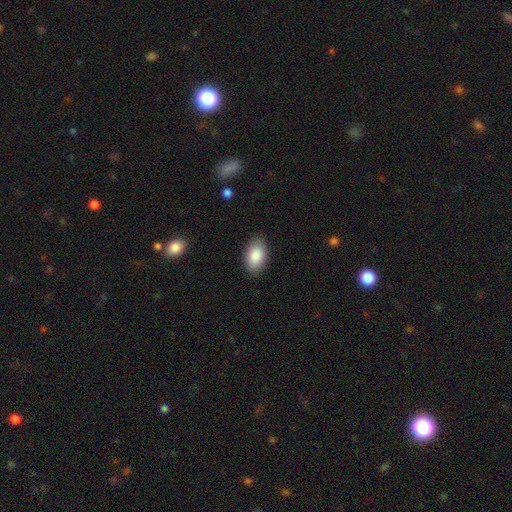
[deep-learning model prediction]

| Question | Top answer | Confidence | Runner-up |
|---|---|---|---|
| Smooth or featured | smooth | 88% | star or artifact (6%) |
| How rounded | in between | 92% | round (7%) |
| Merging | none | 87% | minor disturbance (10%) |